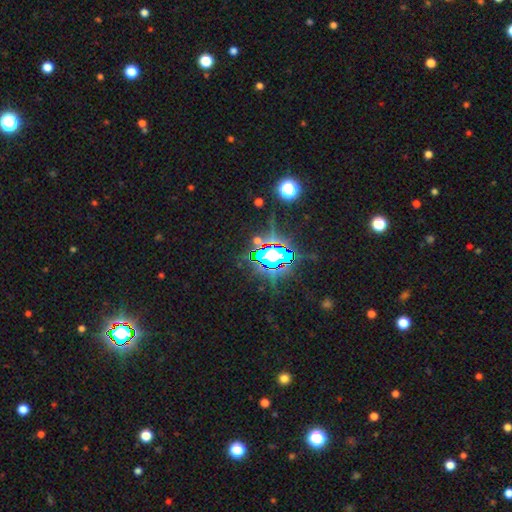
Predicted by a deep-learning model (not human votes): This is clearly a star or artifact rather than a galaxy (81%).